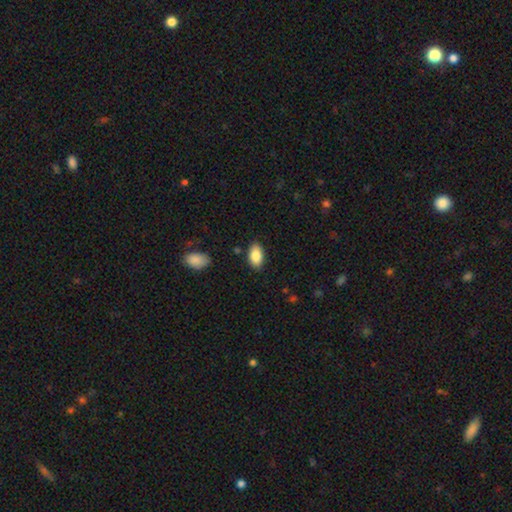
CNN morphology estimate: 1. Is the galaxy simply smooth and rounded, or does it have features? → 86% smooth, 7% star or artifact, 7% featured or disk.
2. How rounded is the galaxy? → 94% in between, 4% round, 2% cigar-shaped.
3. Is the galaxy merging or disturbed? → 85% none, 10% minor disturbance, 2% major disturbance, 2% merger.